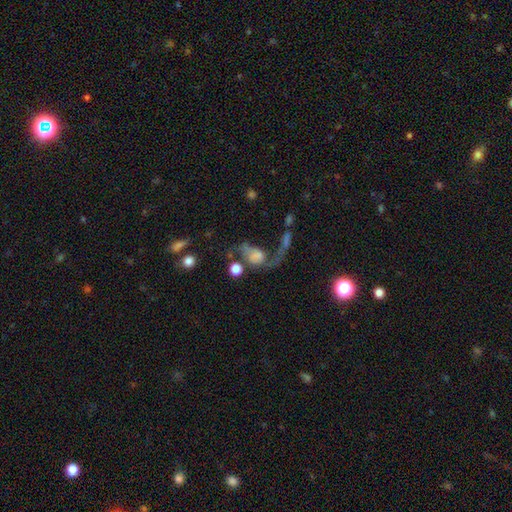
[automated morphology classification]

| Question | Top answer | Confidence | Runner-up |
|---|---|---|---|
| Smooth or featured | featured or disk | 46% | smooth (41%) |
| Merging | major disturbance | 41% | merger (26%) |